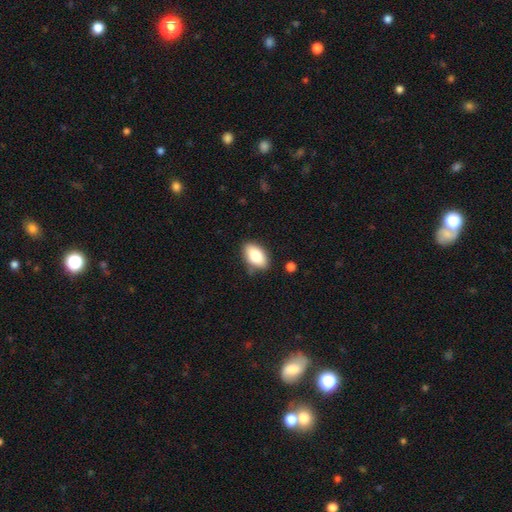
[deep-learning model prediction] Smooth or featured? Predicted: smooth (p=0.82). How rounded? Predicted: in between (p=0.92). Merging? Predicted: none (p=0.81).